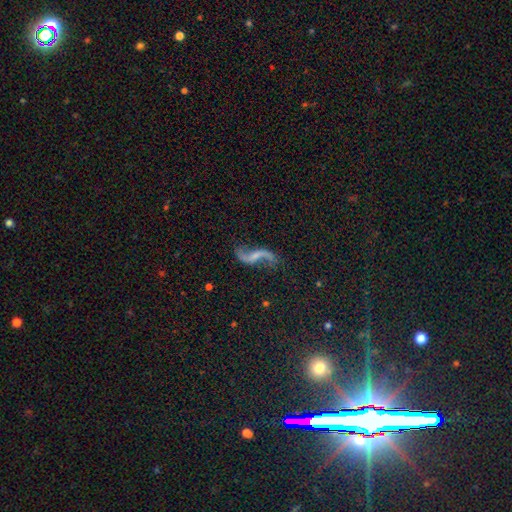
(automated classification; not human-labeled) Smooth or featured?
  - featured or disk: 87% *
  - star or artifact: 7%
  - smooth: 7%
Edge-on disk?
  - no: 96% *
  - yes: 4%
Bar?
  - no: 42% *
  - weak: 39%
  - strong: 20%
Spiral arms?
  - yes: 95% *
  - no: 5%
Spiral winding?
  - loose: 94% *
  - medium: 5%
  - tight: 2%
Spiral arm count?
  - 2: 93% *
  - 1: 3%
  - can't tell: 1%
  - 3: 1%
  - 4: 1%
  - more than 4: 1%
Bulge size?
  - none: 50% *
  - small: 36%
  - moderate: 11%
  - large: 2%
  - dominant: 1%
Merging?
  - none: 71% *
  - minor disturbance: 15%
  - major disturbance: 11%
  - merger: 4%